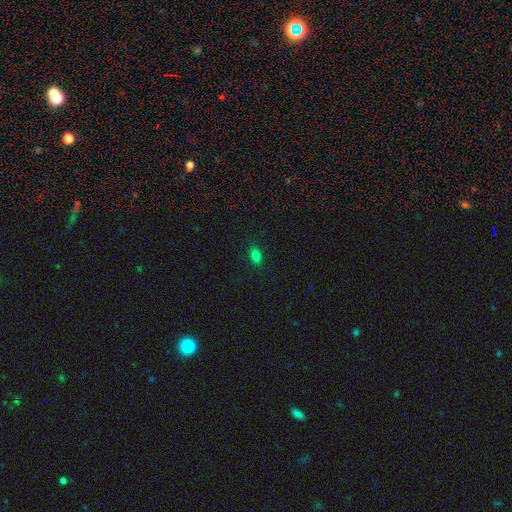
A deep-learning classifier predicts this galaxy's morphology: Smooth or featured?
  - smooth: 81% *
  - star or artifact: 14%
  - featured or disk: 6%
How rounded?
  - in between: 80% *
  - round: 17%
  - cigar-shaped: 3%
Merging?
  - none: 87% *
  - minor disturbance: 10%
  - major disturbance: 2%
  - merger: 1%